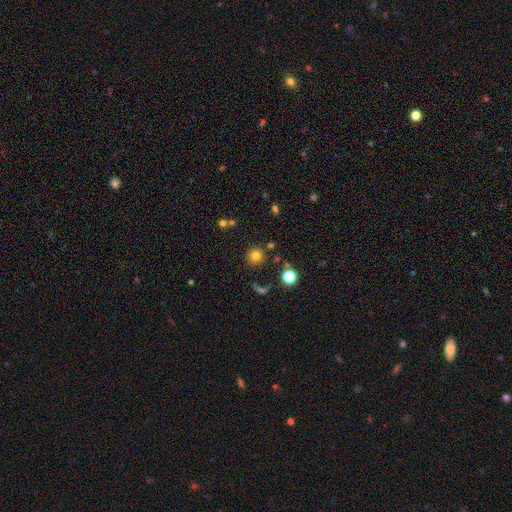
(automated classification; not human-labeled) smooth_or_featured: smooth (p=0.77) [alt: star or artifact p=0.16]
how_rounded: round (p=0.93) [alt: in between p=0.06]
merging: none (p=0.83) [alt: minor disturbance p=0.08]